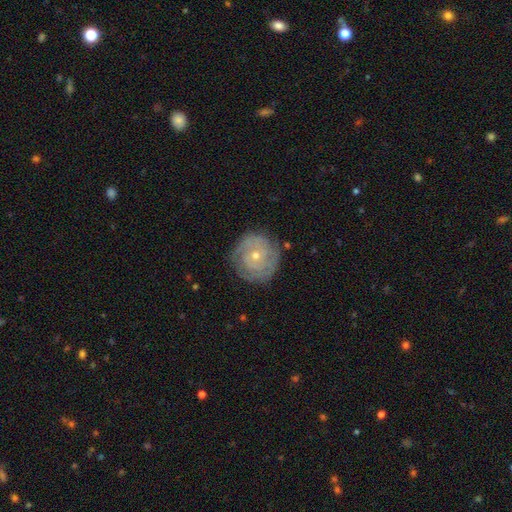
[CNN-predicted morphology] The model was most divided on "spiral arm count": can't tell: 37%, 2: 32%, 3: 15%, 4: 6%, 1: 5%, more than 4: 5%. More confident: edge-on disk — no (97%); spiral arms — yes (87%); merging — none (80%); spiral winding — tight (78%); bar — no (77%); smooth or featured — featured or disk (77%); bulge size — small (62%).